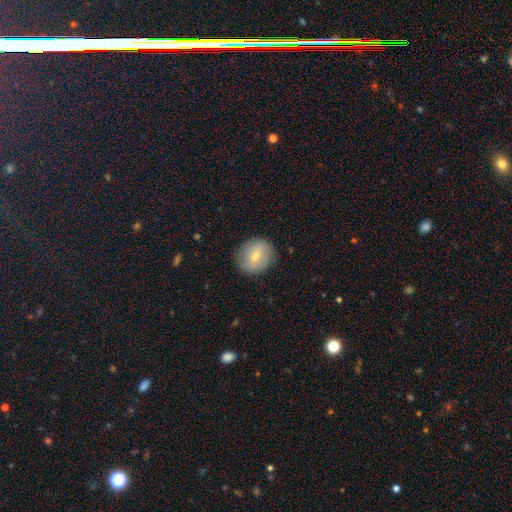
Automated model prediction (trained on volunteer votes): The model was most divided on "smooth or featured": smooth: 64%, featured or disk: 28%, star or artifact: 8%. More confident: merging — none (85%); how rounded — round (78%).